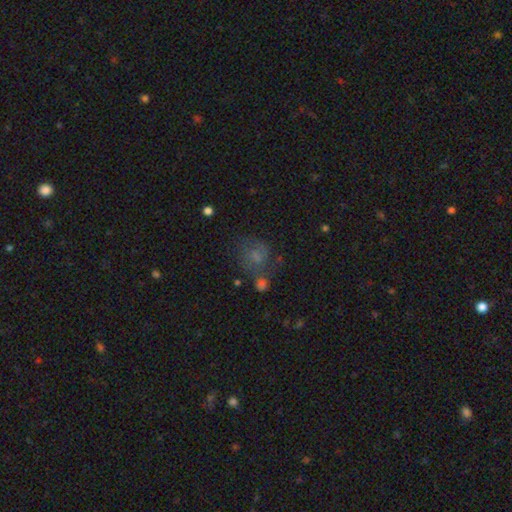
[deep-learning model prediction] Overall: smooth (58%; featured or disk 24%). How rounded: round (66%; in between 33%). Merging: none (43%; merger 20%).